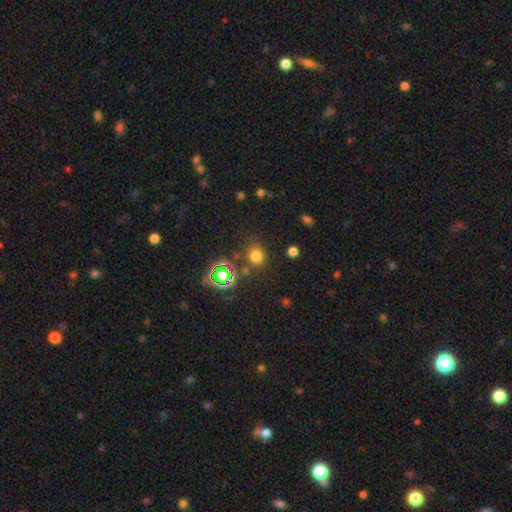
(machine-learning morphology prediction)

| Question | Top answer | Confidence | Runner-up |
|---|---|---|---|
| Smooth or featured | smooth | 70% | star or artifact (23%) |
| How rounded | round | 81% | in between (18%) |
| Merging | none | 80% | minor disturbance (10%) |